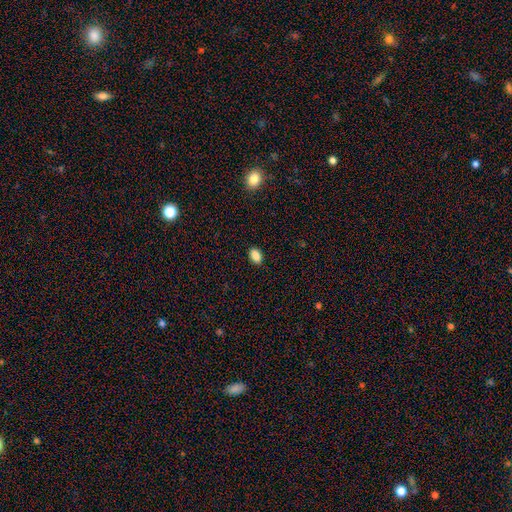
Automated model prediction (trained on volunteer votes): smooth 87%, star or artifact 9%, featured or disk 4%. Down the decision tree: how rounded — in between (87%); merging — none (89%).